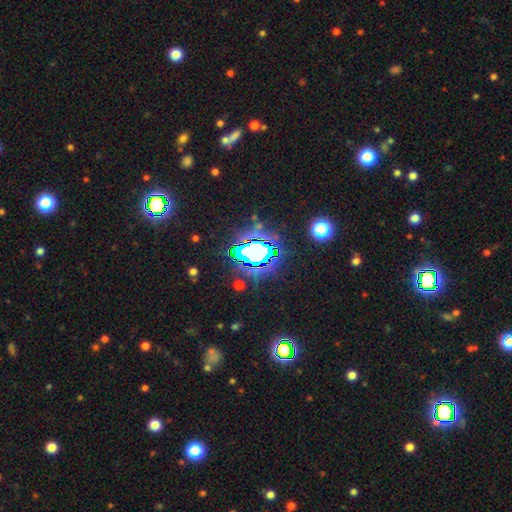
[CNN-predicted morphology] Overall: star or artifact (70%).